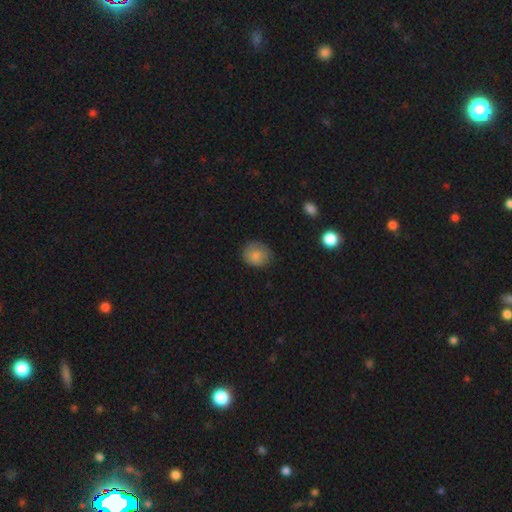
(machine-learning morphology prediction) A smooth galaxy with no disk features (84%) that is round (74%).

Vote fractions:
- Smooth or featured? smooth: 84% / star or artifact: 9% / featured or disk: 8%
- How rounded? round: 74% / in between: 25% / cigar-shaped: 1%
- Merging? none: 75% / minor disturbance: 20% / major disturbance: 4% / merger: 1%